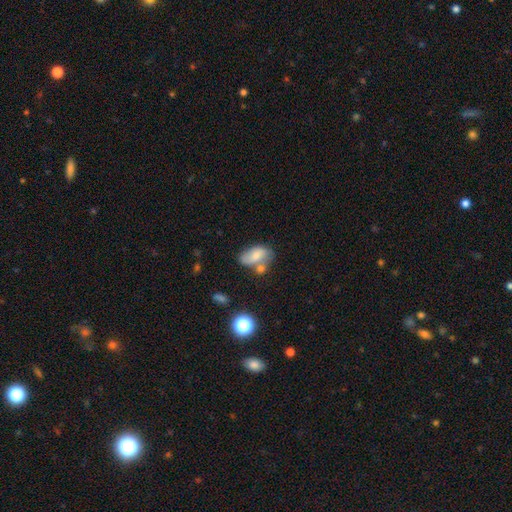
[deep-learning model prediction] smooth 61%, featured or disk 30%, star or artifact 9%. Down the decision tree: how rounded — in between (89%); merging — none (41%).